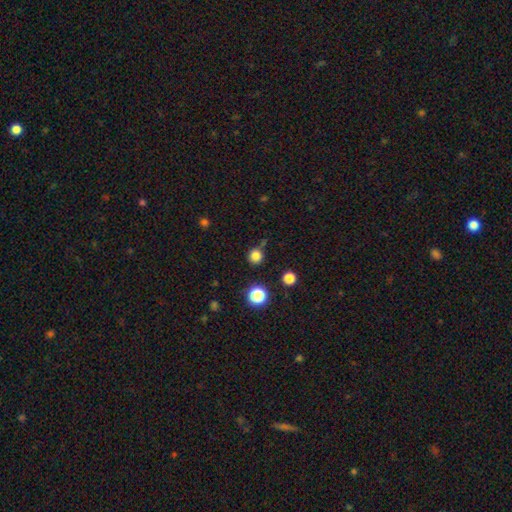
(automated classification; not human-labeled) Q: Smooth or featured?
A: smooth (81%); runner-up: star or artifact (15%)
Q: How rounded?
A: round (93%); runner-up: in between (6%)
Q: Merging?
A: none (82%); runner-up: minor disturbance (9%)